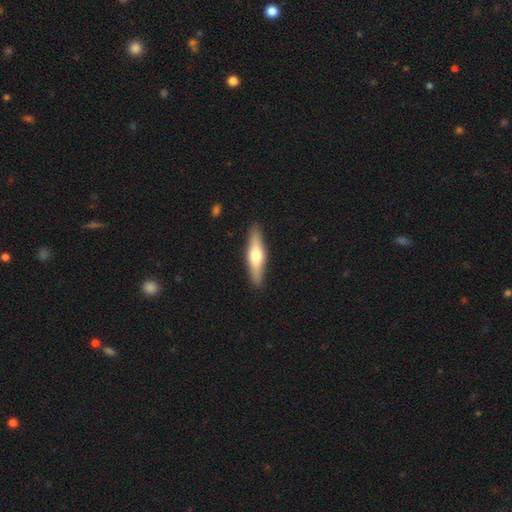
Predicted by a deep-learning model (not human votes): Smooth or featured: smooth — 51% (featured or disk — 44%)
How rounded: cigar-shaped — 72% (in between — 26%)
Merging: none — 89% (minor disturbance — 8%)